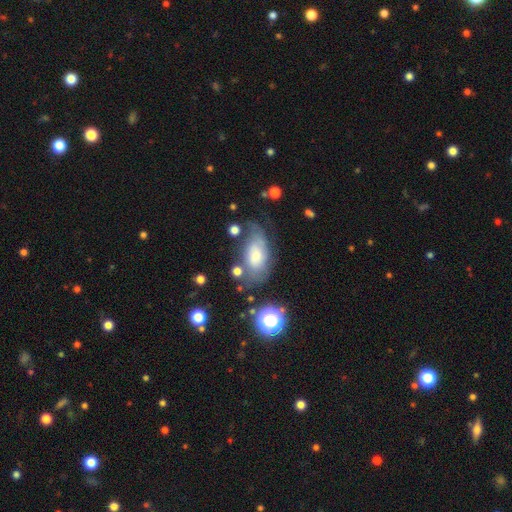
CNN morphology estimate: smooth-or-featured: smooth: 55% | featured or disk: 35% | star or artifact: 10%
  how-rounded: in between: 89% | round: 6% | cigar-shaped: 5%
  merging: none: 47% | minor disturbance: 27% | major disturbance: 19% | merger: 7%